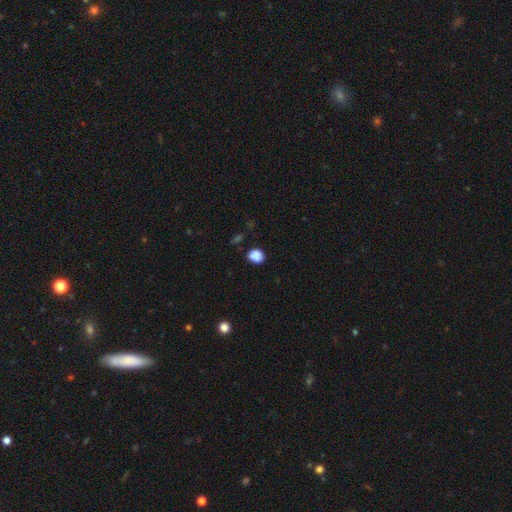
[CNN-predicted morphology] Smooth or featured?
  - smooth: 84% *
  - star or artifact: 11%
  - featured or disk: 5%
How rounded?
  - round: 62% *
  - in between: 37%
  - cigar-shaped: 1%
Merging?
  - none: 71% *
  - minor disturbance: 20%
  - merger: 5%
  - major disturbance: 4%